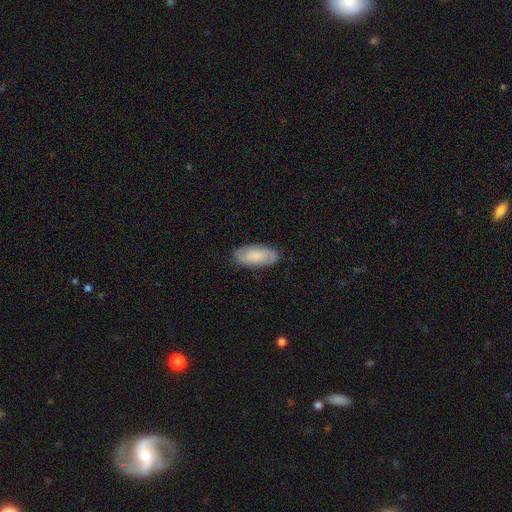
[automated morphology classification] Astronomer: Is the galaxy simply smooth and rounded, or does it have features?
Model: smooth — 52% (runner-up: featured or disk, 41%).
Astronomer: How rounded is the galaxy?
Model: in between — 89%.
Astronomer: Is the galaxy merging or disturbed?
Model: none — 83%.